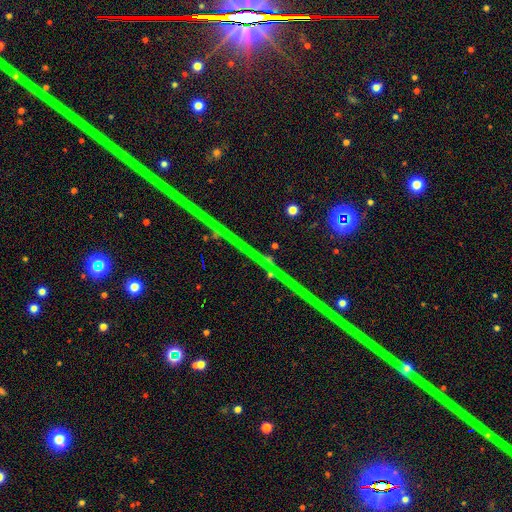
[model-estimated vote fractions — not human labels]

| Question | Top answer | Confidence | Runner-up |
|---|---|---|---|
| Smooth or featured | star or artifact | 85% | featured or disk (8%) |